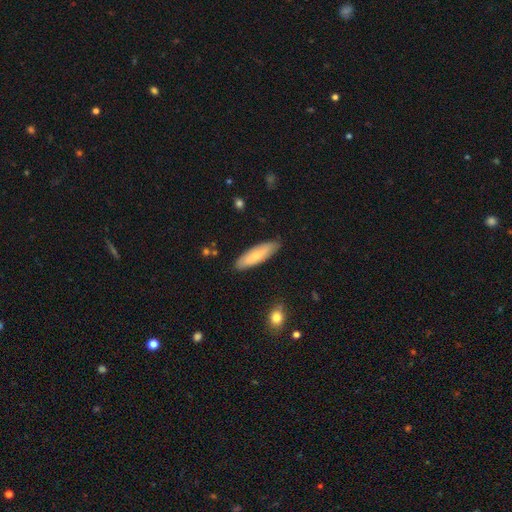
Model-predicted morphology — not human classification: Smooth or featured? smooth (71%)
How rounded? cigar-shaped (59%)
Merging? none (86%)